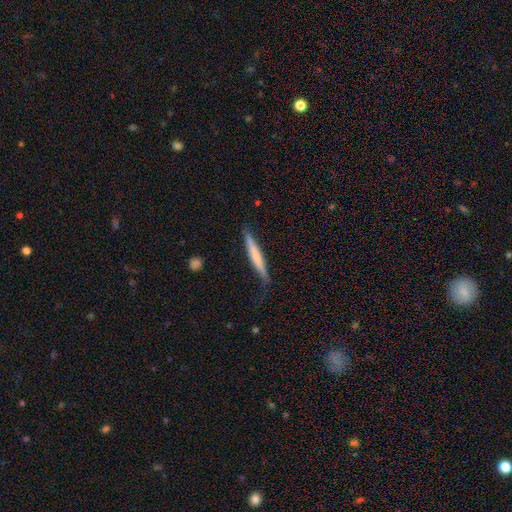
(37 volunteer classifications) Volunteers were most divided on "merging": none: 49%, minor disturbance: 37%, major disturbance: 14%, merger: 0%. More confident: how rounded — cigar-shaped (96%); smooth or featured — smooth (65%).